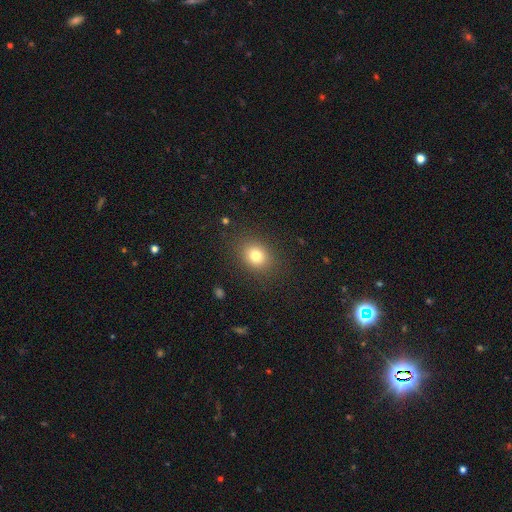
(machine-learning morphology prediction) type=smooth (78%); roundness=round (53%); merging=none (86%).